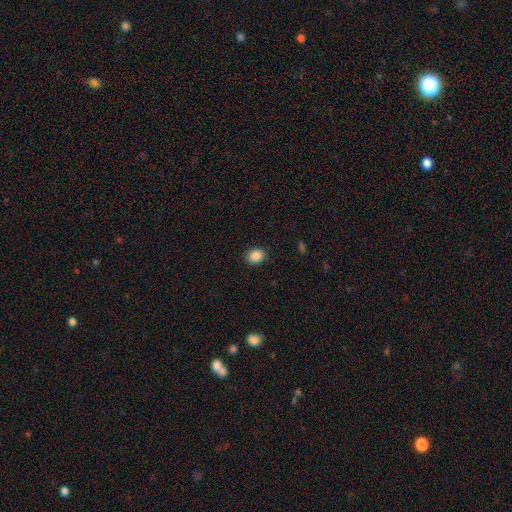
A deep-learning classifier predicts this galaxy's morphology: This is clearly a smooth galaxy (88%). How rounded: possibly round (53%). Merging: clearly none (90%).